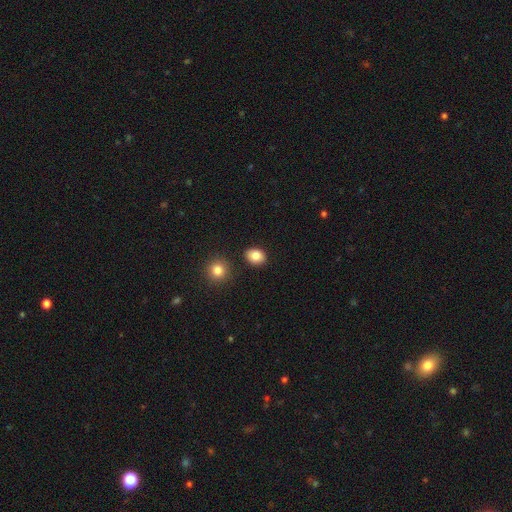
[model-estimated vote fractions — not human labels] A smooth galaxy with no disk features (86%) that is in between round and cigar-shaped (59%).

Vote fractions:
- Smooth or featured? smooth: 86% / star or artifact: 9% / featured or disk: 5%
- How rounded? in between: 59% / round: 40% / cigar-shaped: 1%
- Merging? none: 86% / minor disturbance: 8% / merger: 3% / major disturbance: 2%